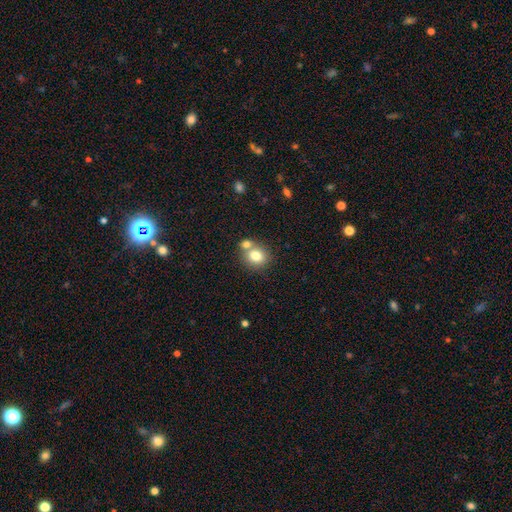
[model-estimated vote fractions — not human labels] Smooth or featured? Predicted: smooth (p=0.78). How rounded? Predicted: round (p=0.72). Merging? Predicted: none (p=0.53).